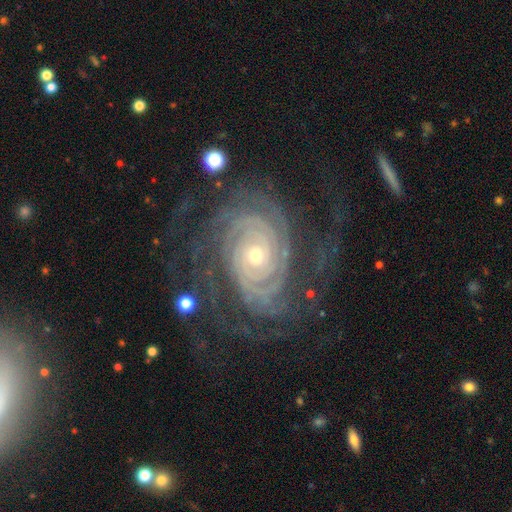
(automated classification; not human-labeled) The model was most divided on "spiral arm count": 2: 26%, can't tell: 19%, 3: 18%, 4: 17%, more than 4: 11%, 1: 8%. More confident: spiral arms — yes (98%); edge-on disk — no (97%); smooth or featured — featured or disk (91%); spiral winding — tight (78%); bar — no (73%); merging — none (70%); bulge size — small (58%).